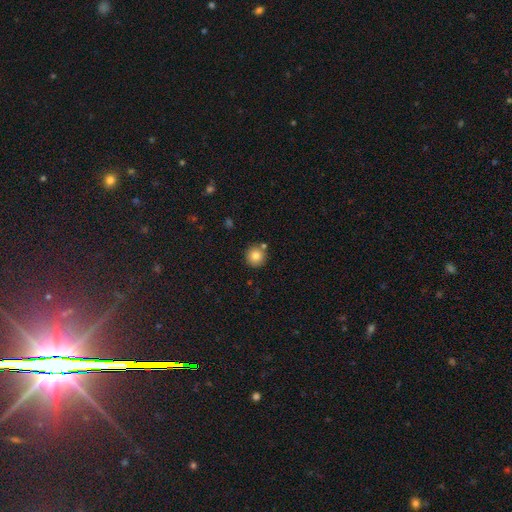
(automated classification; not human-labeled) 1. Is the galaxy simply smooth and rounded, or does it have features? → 81% smooth, 10% star or artifact, 8% featured or disk.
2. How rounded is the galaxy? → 94% round, 5% in between, 1% cigar-shaped.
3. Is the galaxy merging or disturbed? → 80% none, 9% merger, 8% minor disturbance, 2% major disturbance.